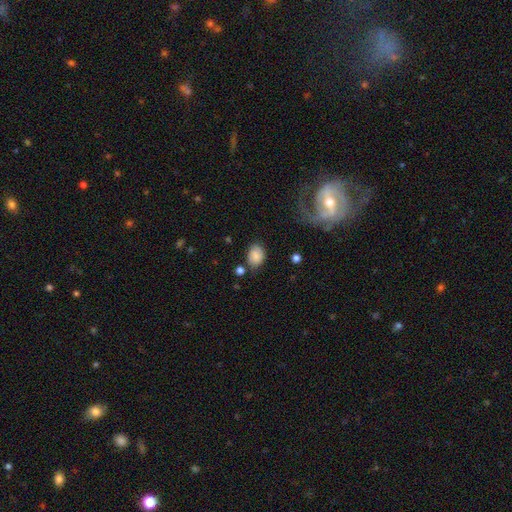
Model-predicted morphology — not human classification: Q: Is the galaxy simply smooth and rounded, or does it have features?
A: smooth — 81%.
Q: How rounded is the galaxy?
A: in between — 70%.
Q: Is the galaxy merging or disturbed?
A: none — 70%.